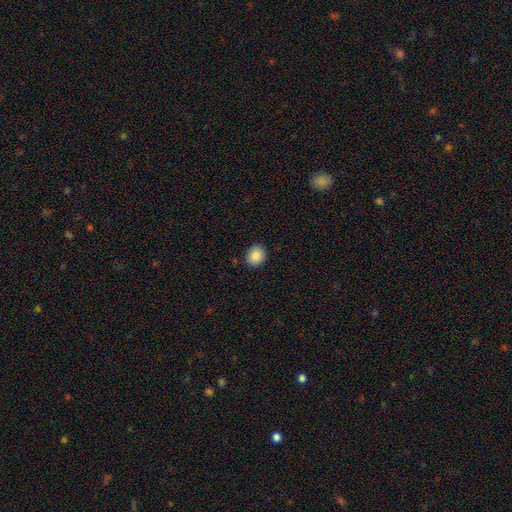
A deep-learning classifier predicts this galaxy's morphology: This appears to be a smooth galaxy with no disk features (89%) that is round (72%). Merging: none (89%).